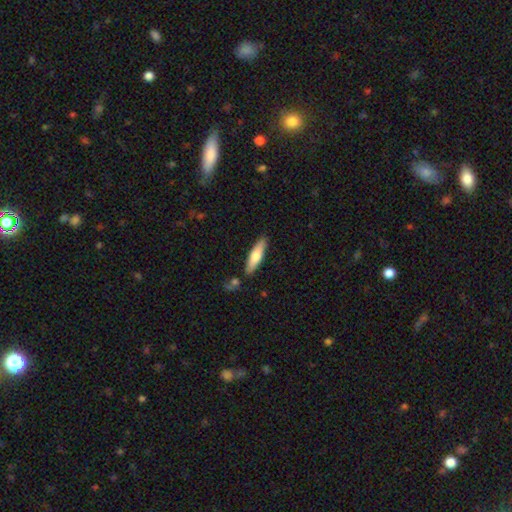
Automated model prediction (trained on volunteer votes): Q: Smooth or featured?
A: smooth (66%); runner-up: featured or disk (29%)
Q: How rounded?
A: cigar-shaped (68%); runner-up: in between (30%)
Q: Merging?
A: none (85%); runner-up: minor disturbance (10%)